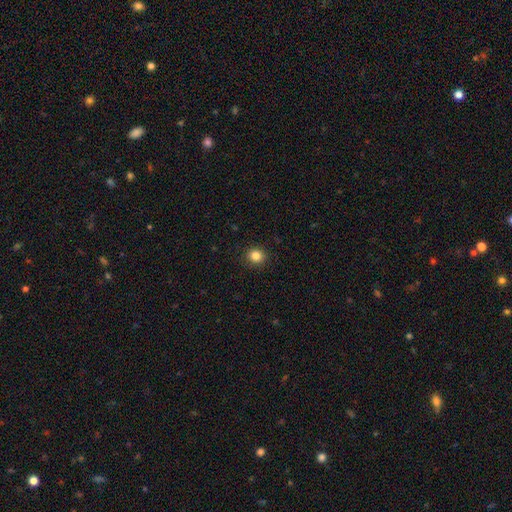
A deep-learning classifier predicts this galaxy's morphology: Smooth or featured: smooth — 84% (star or artifact — 11%)
How rounded: round — 83% (in between — 16%)
Merging: none — 91% (minor disturbance — 6%)